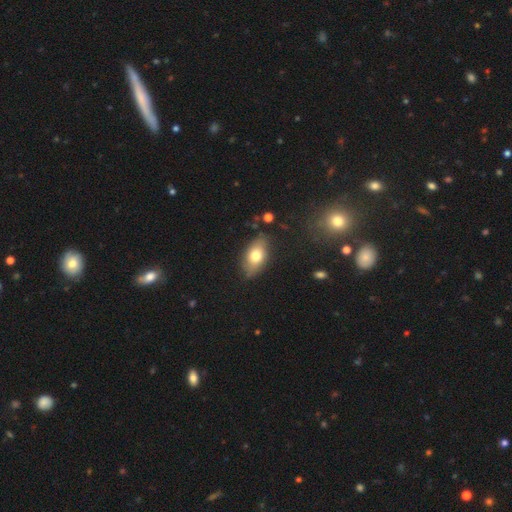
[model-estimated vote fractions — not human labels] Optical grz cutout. It shows a smooth galaxy with no disk features (73%) that is in between round and cigar-shaped (89%). Merging: none (80%).